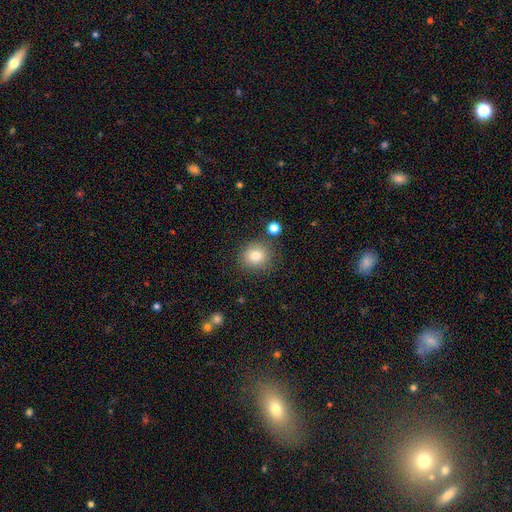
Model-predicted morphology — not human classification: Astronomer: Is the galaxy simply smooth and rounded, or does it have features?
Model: smooth — 79%.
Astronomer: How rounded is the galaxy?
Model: round — 87%.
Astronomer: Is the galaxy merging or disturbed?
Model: none — 81%.